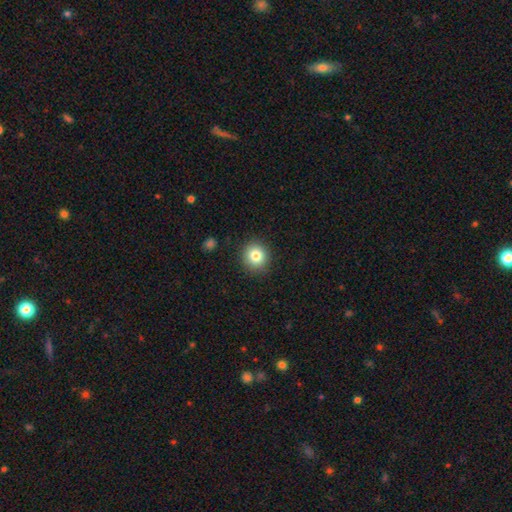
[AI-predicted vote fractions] Overall: smooth (82%). How rounded: round (88%). Merging: none (90%).